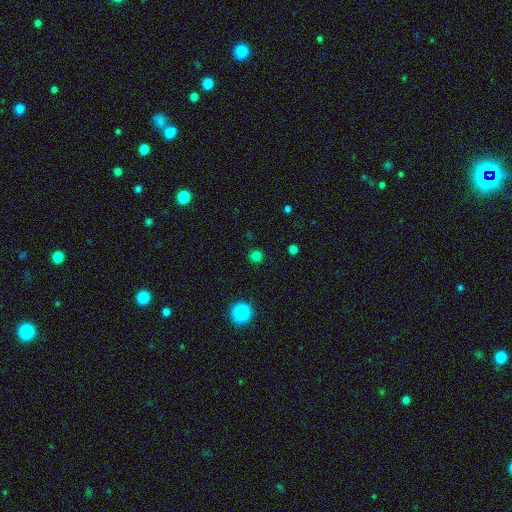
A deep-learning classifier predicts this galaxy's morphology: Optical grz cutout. It shows a smooth galaxy with no disk features (76%) that is round (94%). Merging: none (90%).